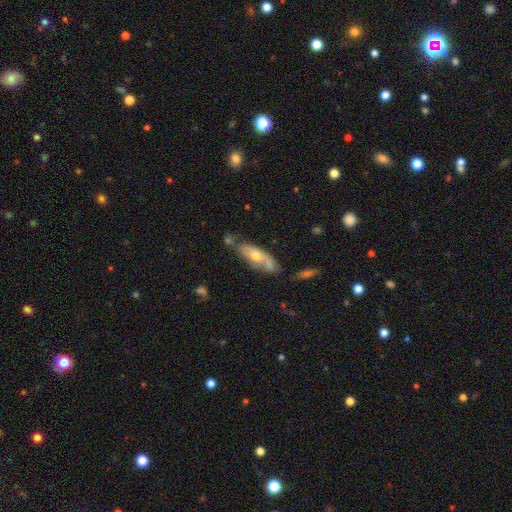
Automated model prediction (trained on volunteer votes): The model was most divided on "smooth or featured": featured or disk: 50%, smooth: 44%, star or artifact: 7%. Remaining: merging — none (50%).